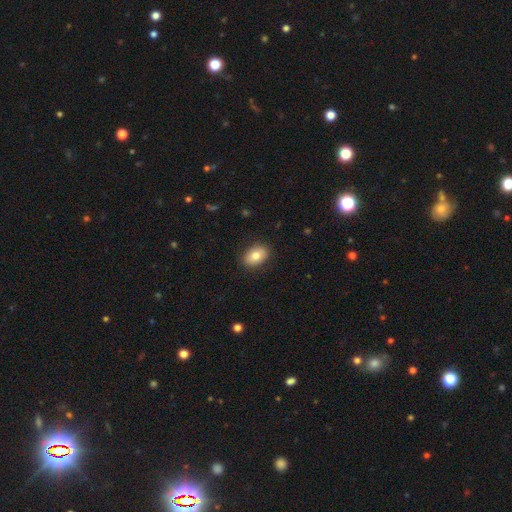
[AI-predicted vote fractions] smooth-or-featured: smooth: 80% | featured or disk: 12% | star or artifact: 8%
  how-rounded: in between: 82% | round: 17% | cigar-shaped: 1%
  merging: none: 88% | minor disturbance: 9% | major disturbance: 2% | merger: 1%